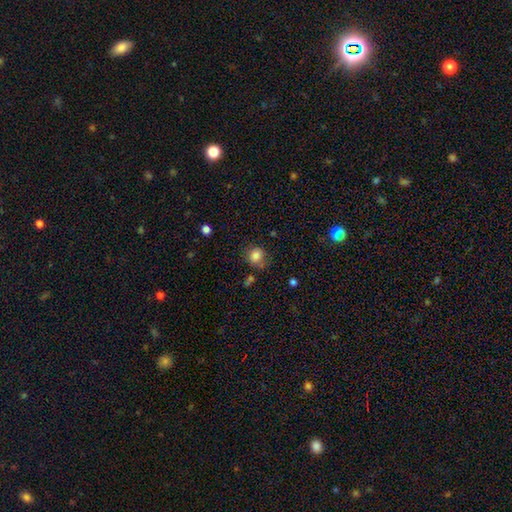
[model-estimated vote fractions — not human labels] Overall: smooth (83%). How rounded: round (78%). Merging: none (67%).